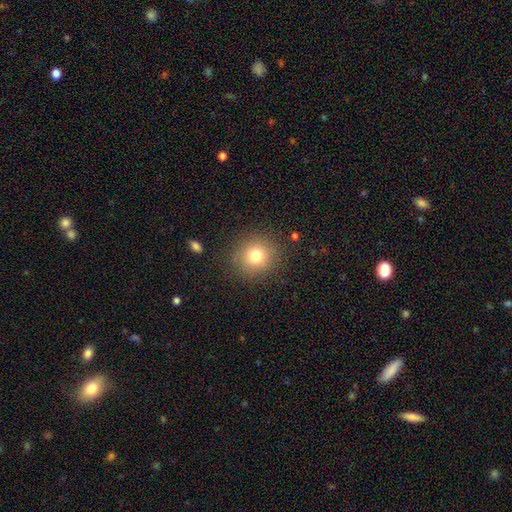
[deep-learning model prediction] Smooth or featured?
  - smooth: 77% *
  - star or artifact: 13%
  - featured or disk: 10%
How rounded?
  - round: 89% *
  - in between: 10%
  - cigar-shaped: 1%
Merging?
  - none: 86% *
  - minor disturbance: 9%
  - major disturbance: 4%
  - merger: 1%